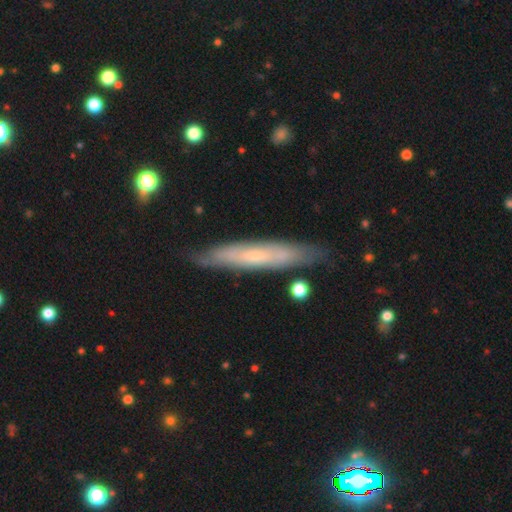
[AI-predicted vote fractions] featured or disk 53%, smooth 41%, star or artifact 6%. Down the decision tree: edge-on disk — yes (73%); merging — none (82%).